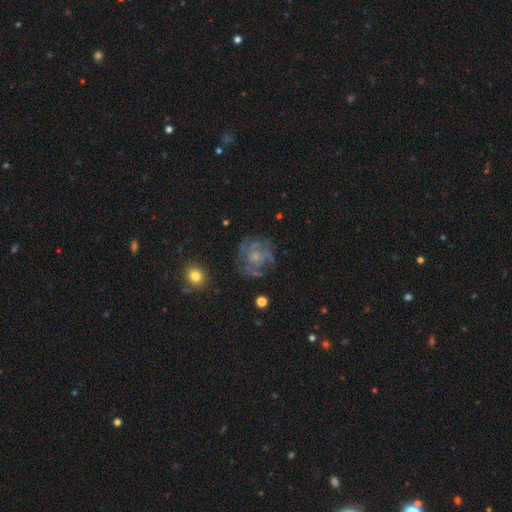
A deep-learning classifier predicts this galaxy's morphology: type=featured or disk (70%); edge-on=no (98%); bar=no (80%); spiral arms=yes (78%); winding=tight (53%); arm count=can't tell (43%); bulge=small (48%); merging=none (67%).